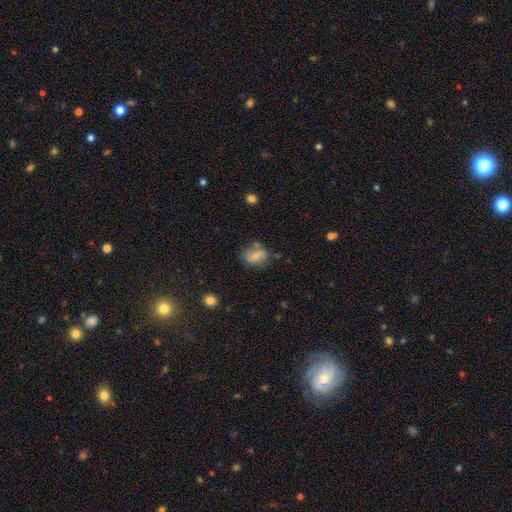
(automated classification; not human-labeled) A smooth galaxy with no disk features (58%) that is in between round and cigar-shaped (54%). Merging: none (61%).